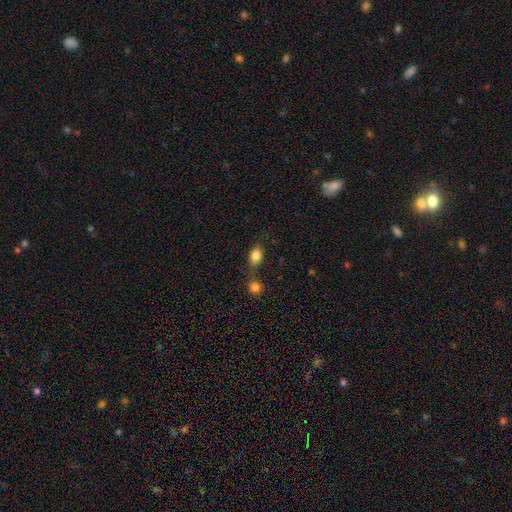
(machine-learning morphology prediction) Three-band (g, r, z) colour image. It shows a smooth galaxy with no disk features (83%) that is in between round and cigar-shaped (79%). Merging: none (59%).